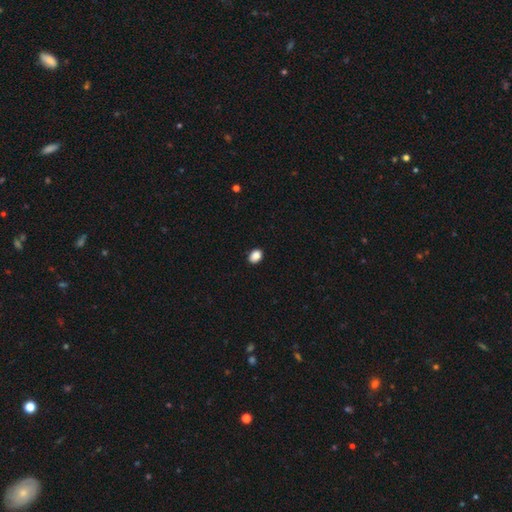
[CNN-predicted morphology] A smooth galaxy with no disk features (88%) that is in between round and cigar-shaped (66%). Merging: none (90%).